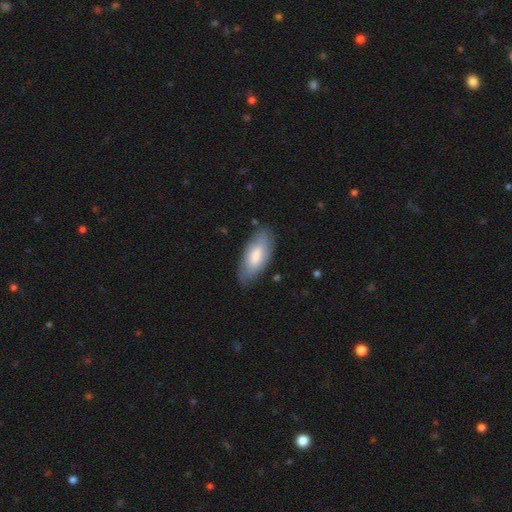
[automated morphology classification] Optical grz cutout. It shows a smooth galaxy with no disk features (69%) that is in between round and cigar-shaped (84%). Merging: none (76%).